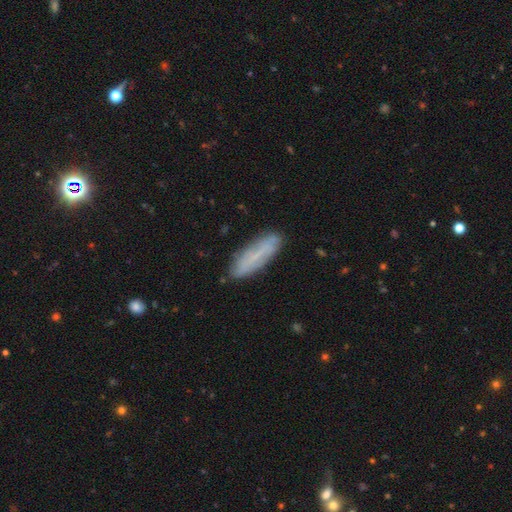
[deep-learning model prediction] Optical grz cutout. It shows a smooth galaxy with no disk features (61%) that is cigar-shaped (58%). Merging: none (82%).